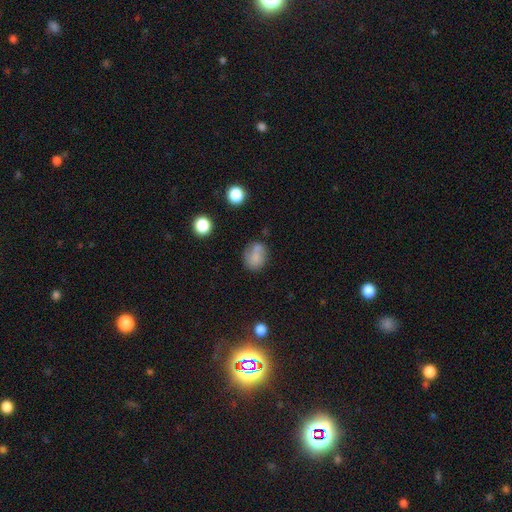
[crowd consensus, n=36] Smooth or featured? smooth (83%)
How rounded? in between (53%)
Merging? none (44%)